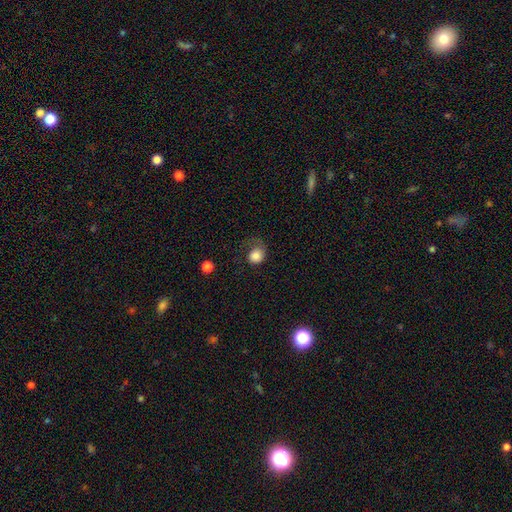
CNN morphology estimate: A smooth galaxy with no disk features (79%) that is round (70%). Merging: none (38%).